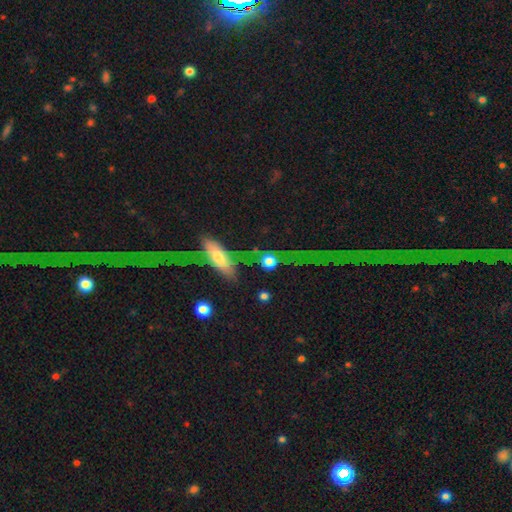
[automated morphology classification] Q: Smooth or featured?
A: featured or disk (56%); runner-up: star or artifact (23%)
Q: Edge-on disk?
A: yes (69%); runner-up: no (31%)
Q: Merging?
A: none (58%); runner-up: major disturbance (16%)